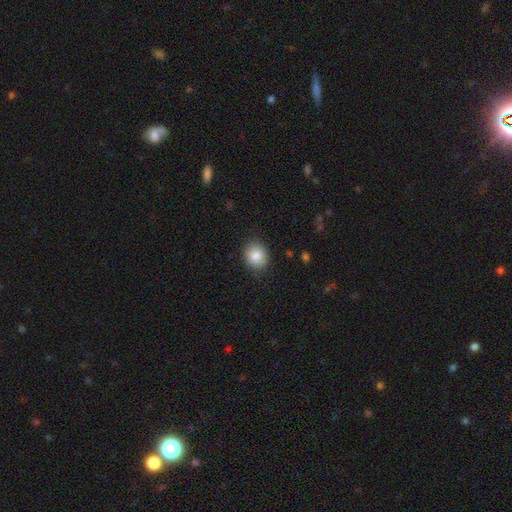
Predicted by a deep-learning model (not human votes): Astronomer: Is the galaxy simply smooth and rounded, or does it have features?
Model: smooth — 86%.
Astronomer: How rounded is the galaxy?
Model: round — 68%.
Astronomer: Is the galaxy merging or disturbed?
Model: none — 86%.